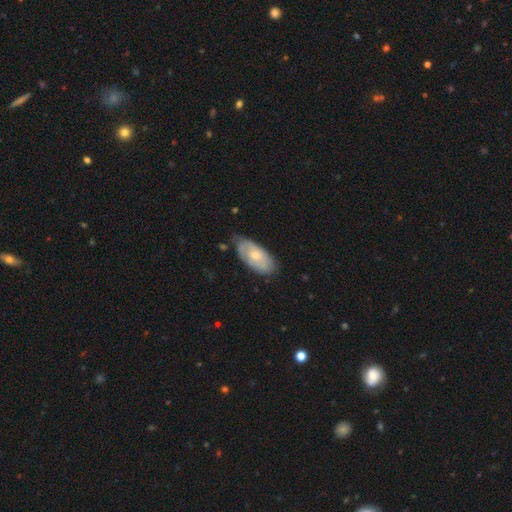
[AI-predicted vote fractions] Smooth or featured: featured or disk — 50% (smooth — 45%)
Merging: none — 65% (minor disturbance — 27%)